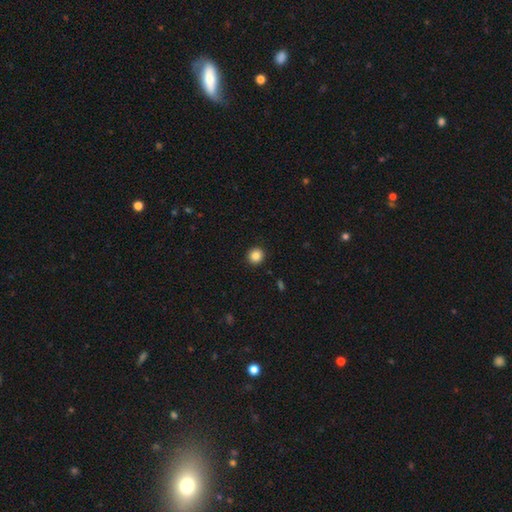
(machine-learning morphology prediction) Smooth or featured: smooth — 86% (star or artifact — 10%)
How rounded: round — 92% (in between — 7%)
Merging: none — 93% (minor disturbance — 5%)